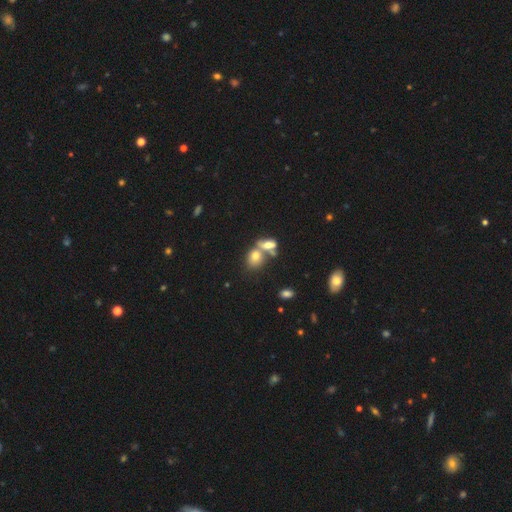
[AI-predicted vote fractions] Morphology: type=smooth (65%); roundness=in between (52%); merging=merger (53%).